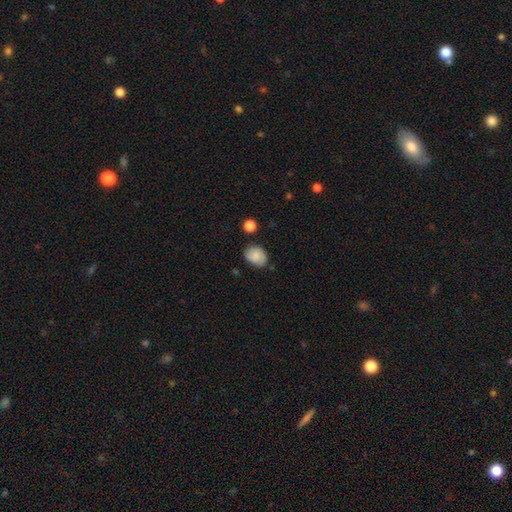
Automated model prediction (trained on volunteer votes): smooth_or_featured: smooth (p=0.81) [alt: featured or disk p=0.11]
how_rounded: in between (p=0.59) [alt: round p=0.40]
merging: none (p=0.74) [alt: minor disturbance p=0.19]